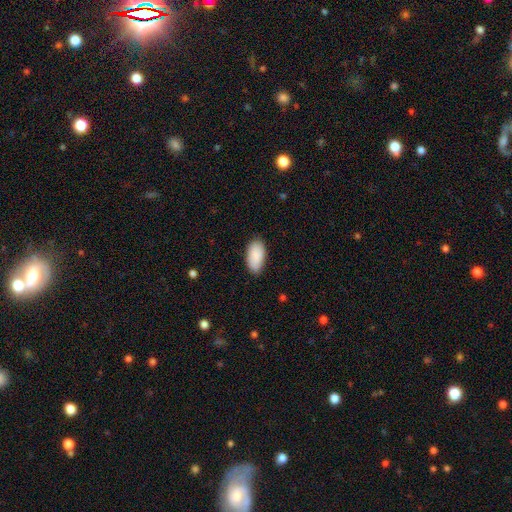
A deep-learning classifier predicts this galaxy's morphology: A smooth galaxy with no disk features (90%) that is in between round and cigar-shaped (95%).

Vote fractions:
- Smooth or featured? smooth: 90% / star or artifact: 6% / featured or disk: 4%
- How rounded? in between: 95% / cigar-shaped: 3% / round: 2%
- Merging? none: 84% / minor disturbance: 12% / major disturbance: 2% / merger: 1%